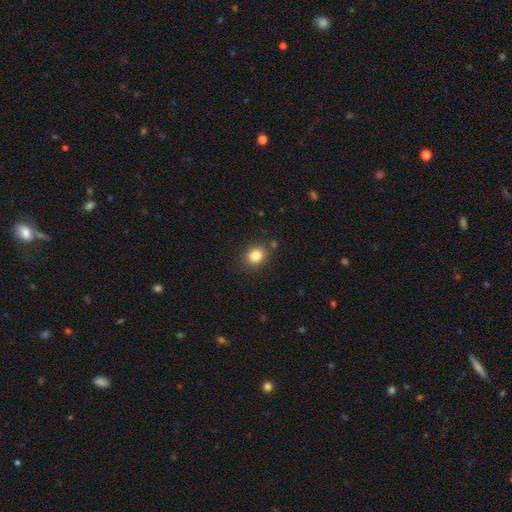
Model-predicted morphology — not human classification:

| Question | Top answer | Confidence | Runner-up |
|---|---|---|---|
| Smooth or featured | smooth | 82% | star or artifact (11%) |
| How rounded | round | 72% | in between (27%) |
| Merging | none | 84% | minor disturbance (9%) |